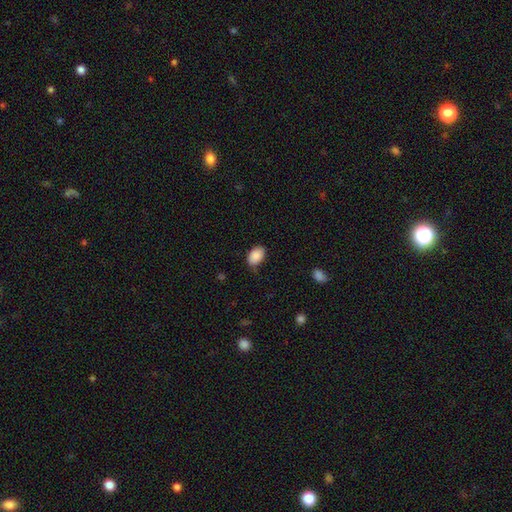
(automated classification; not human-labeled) A smooth galaxy with no disk features (89%) that is in between round and cigar-shaped (88%). Merging: none (76%).